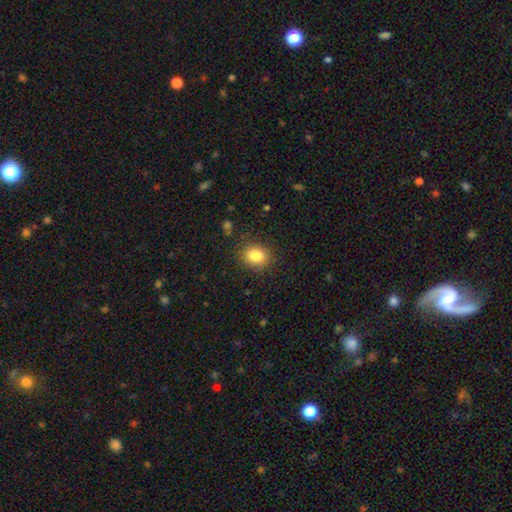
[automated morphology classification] Q: Smooth or featured?
A: smooth (83%); runner-up: star or artifact (10%)
Q: How rounded?
A: round (62%); runner-up: in between (37%)
Q: Merging?
A: none (86%); runner-up: minor disturbance (10%)